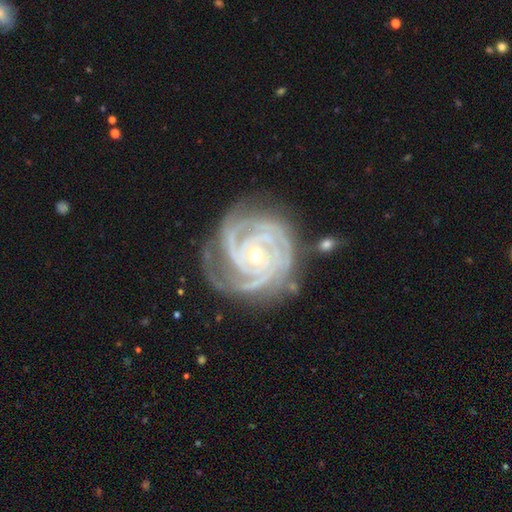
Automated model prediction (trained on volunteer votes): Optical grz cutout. It shows a featured or disk galaxy (92%) with no bar (71%), 3 (39%) tight (81%) spiral arms (99%) and a small central bulge (68%). Merging: none (67%).